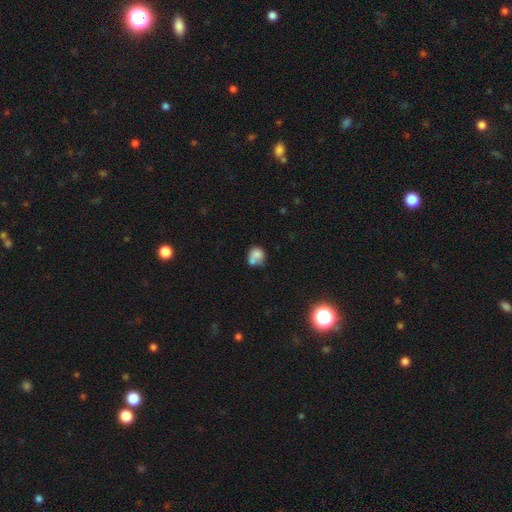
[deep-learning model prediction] Morphology: type=smooth (73%); roundness=round (67%); merging=merger (47%).